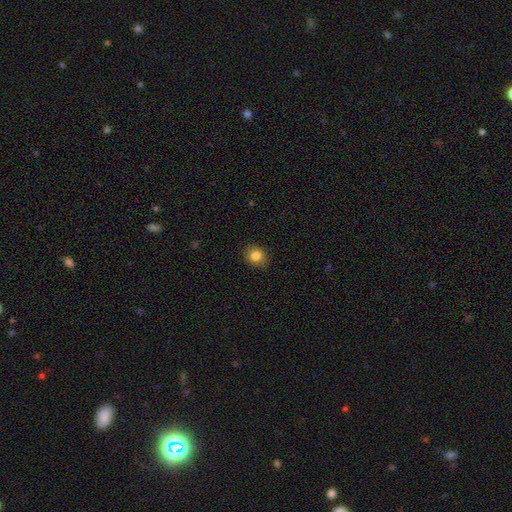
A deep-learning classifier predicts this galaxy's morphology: Smooth or featured?
  - smooth: 83% *
  - star or artifact: 10%
  - featured or disk: 7%
How rounded?
  - round: 68% *
  - in between: 31%
  - cigar-shaped: 1%
Merging?
  - none: 86% *
  - minor disturbance: 11%
  - major disturbance: 2%
  - merger: 1%